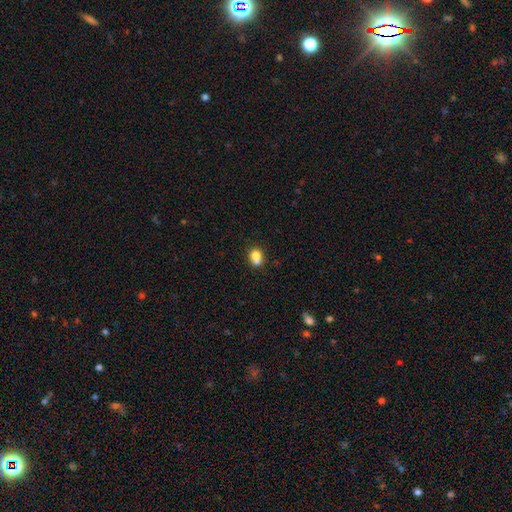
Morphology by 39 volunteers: This is likely a smooth galaxy (74%). How rounded: likely round (79%). Merging: marginally none (44%, tied with merger).